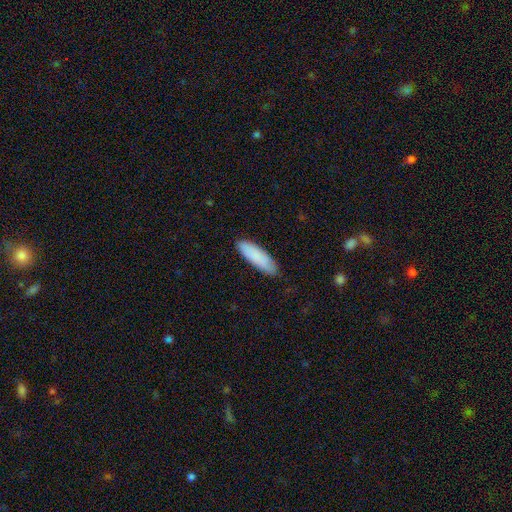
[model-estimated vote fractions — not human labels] The model was most divided on "how rounded": cigar-shaped: 52%, in between: 47%, round: 1%. More confident: smooth or featured — smooth (86%); merging — none (85%).